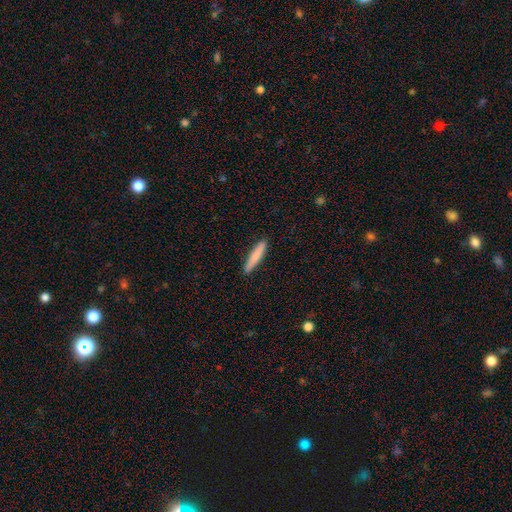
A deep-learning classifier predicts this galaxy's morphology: This is likely a smooth galaxy (76%). How rounded: clearly cigar-shaped (92%). Merging: clearly none (90%).